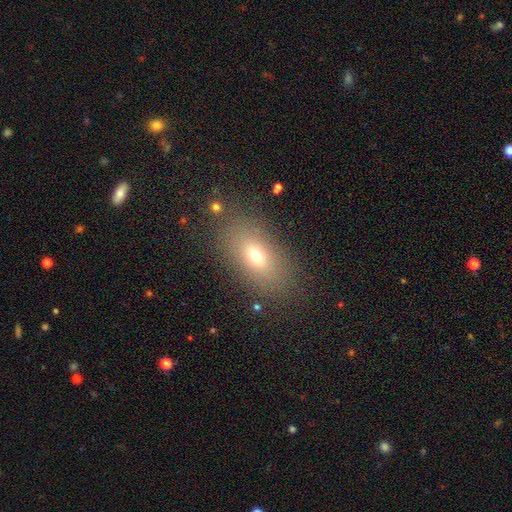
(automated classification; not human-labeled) This is likely a smooth galaxy (68%). How rounded: clearly in between (82%). Merging: clearly none (81%).